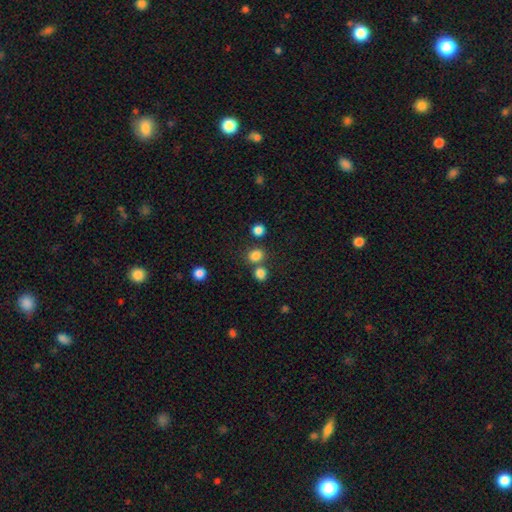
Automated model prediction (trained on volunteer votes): Smooth or featured: smooth — 82% (star or artifact — 13%)
How rounded: round — 67% (in between — 32%)
Merging: none — 67% (merger — 22%)